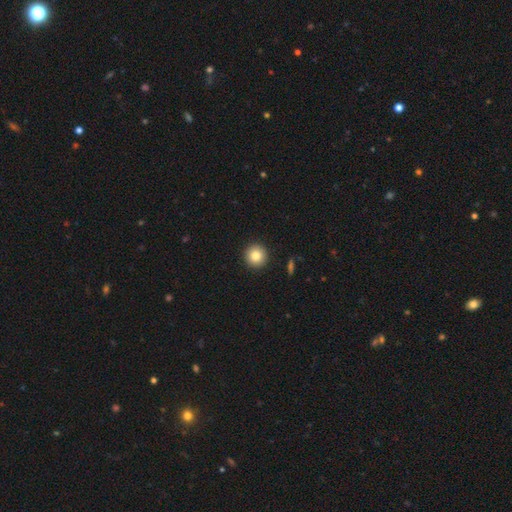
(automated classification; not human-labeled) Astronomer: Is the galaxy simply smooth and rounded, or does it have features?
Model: smooth — 83%.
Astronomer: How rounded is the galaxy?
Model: round — 95%.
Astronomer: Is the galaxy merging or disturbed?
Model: none — 93%.